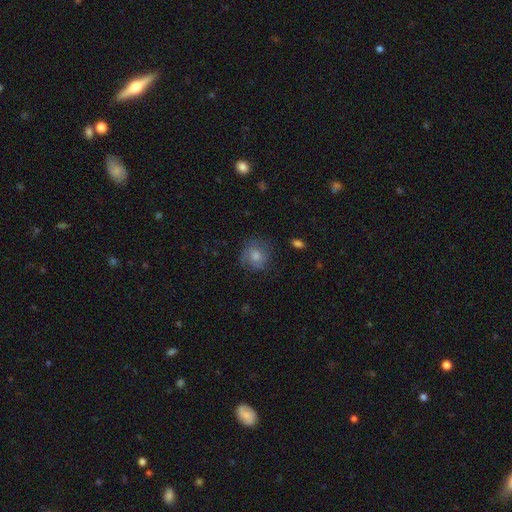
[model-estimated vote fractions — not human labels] smooth_or_featured: smooth (p=0.54) [alt: featured or disk p=0.32]
how_rounded: round (p=0.82) [alt: in between p=0.17]
merging: none (p=0.73) [alt: minor disturbance p=0.18]